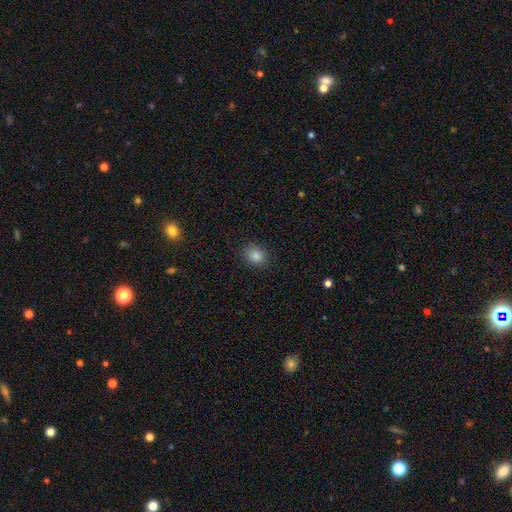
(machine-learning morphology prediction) A smooth galaxy with no disk features (84%) that is round (61%). Merging: none (88%).